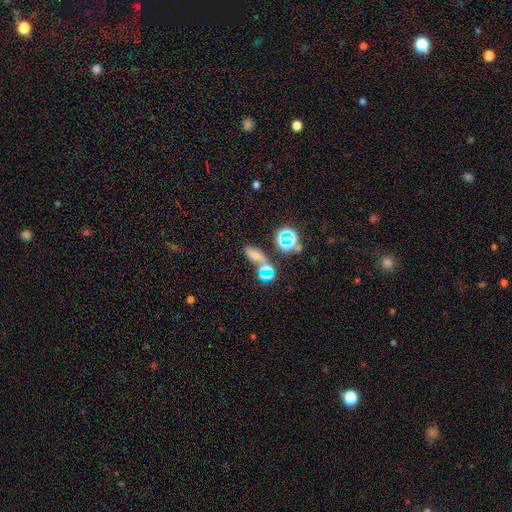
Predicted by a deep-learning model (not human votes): Q: Smooth or featured?
A: smooth (57%); runner-up: star or artifact (31%)
Q: How rounded?
A: in between (67%); runner-up: cigar-shaped (17%)
Q: Merging?
A: none (53%); runner-up: merger (26%)